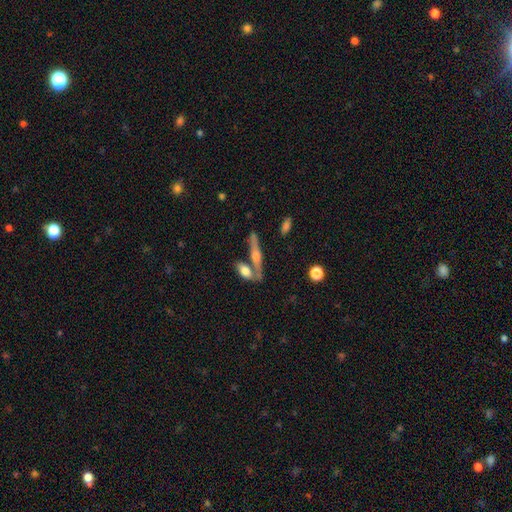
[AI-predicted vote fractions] This is likely a featured or disk galaxy (63%). It is clearly viewed edge-on (89%). Edge-on bulge: clearly rounded (89%). Merging: possibly none (58%).